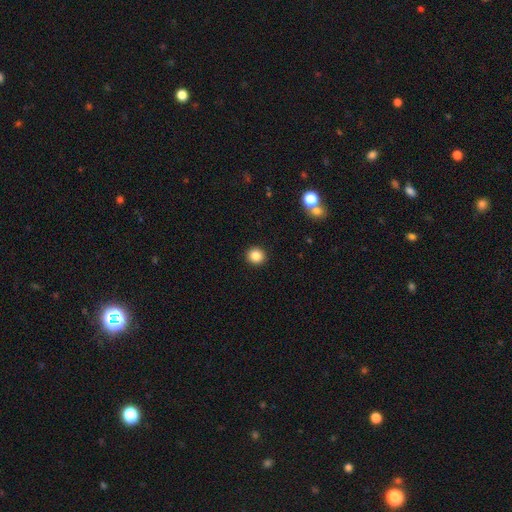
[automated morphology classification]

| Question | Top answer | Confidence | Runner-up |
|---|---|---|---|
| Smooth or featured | smooth | 85% | star or artifact (10%) |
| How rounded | round | 93% | in between (6%) |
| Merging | none | 93% | minor disturbance (4%) |